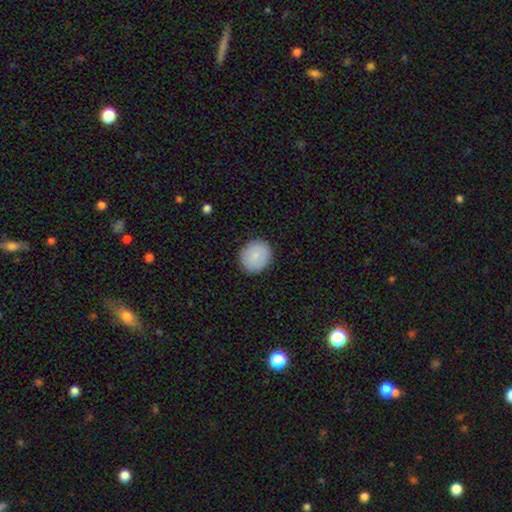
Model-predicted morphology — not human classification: smooth_or_featured: smooth (p=0.81) [alt: featured or disk p=0.12]
how_rounded: round (p=0.77) [alt: in between p=0.22]
merging: none (p=0.89) [alt: minor disturbance p=0.08]